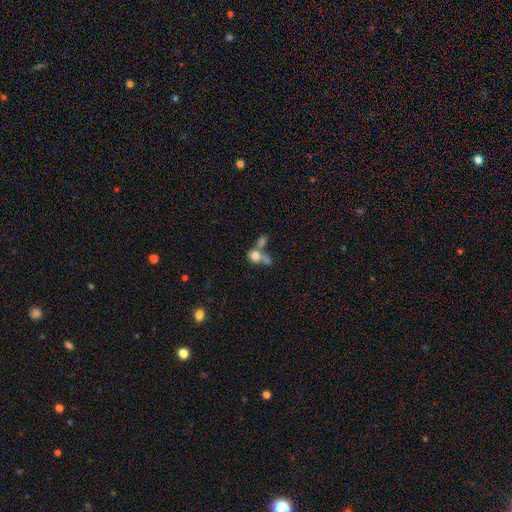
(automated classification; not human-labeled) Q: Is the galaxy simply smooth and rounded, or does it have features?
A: smooth — 71%.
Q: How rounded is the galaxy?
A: round — 64%.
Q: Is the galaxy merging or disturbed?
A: merger — 58%.